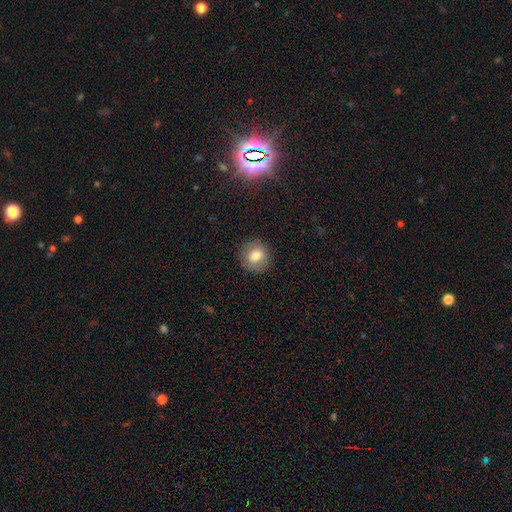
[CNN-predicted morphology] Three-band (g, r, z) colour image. It shows a smooth galaxy with no disk features (77%) that is round (83%). Merging: none (86%).